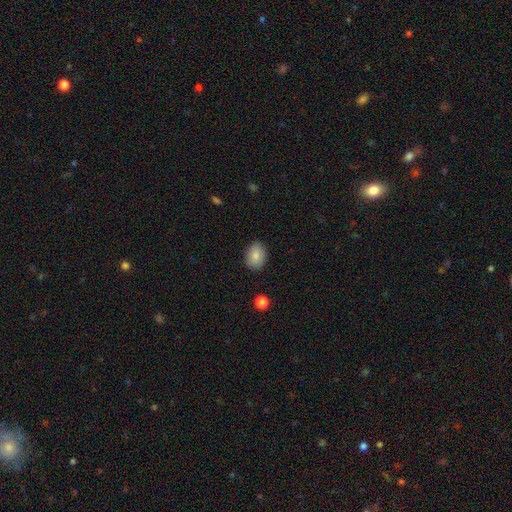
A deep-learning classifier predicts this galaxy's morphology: The model was most divided on "how rounded": in between: 73%, round: 26%, cigar-shaped: 1%. More confident: merging — none (87%); smooth or featured — smooth (85%).